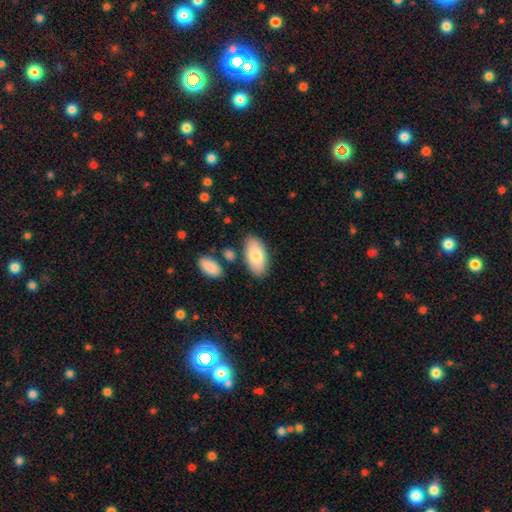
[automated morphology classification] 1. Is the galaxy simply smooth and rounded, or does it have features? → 81% smooth, 13% featured or disk, 6% star or artifact.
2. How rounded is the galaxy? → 94% in between, 4% cigar-shaped, 2% round.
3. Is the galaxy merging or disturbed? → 80% none, 12% minor disturbance, 6% merger, 3% major disturbance.